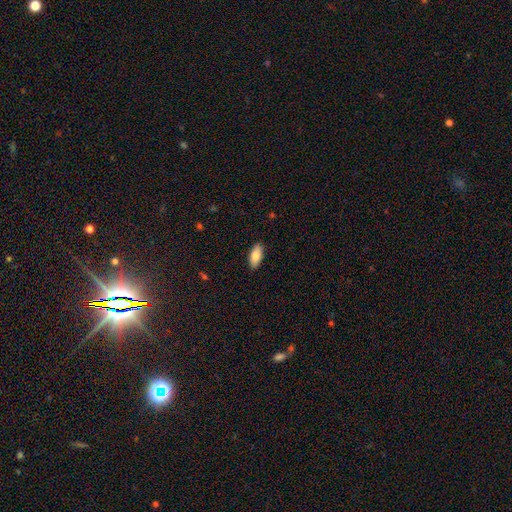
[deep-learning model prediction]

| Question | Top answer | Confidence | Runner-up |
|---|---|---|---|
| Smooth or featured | smooth | 82% | featured or disk (11%) |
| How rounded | in between | 86% | cigar-shaped (11%) |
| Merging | none | 88% | minor disturbance (9%) |